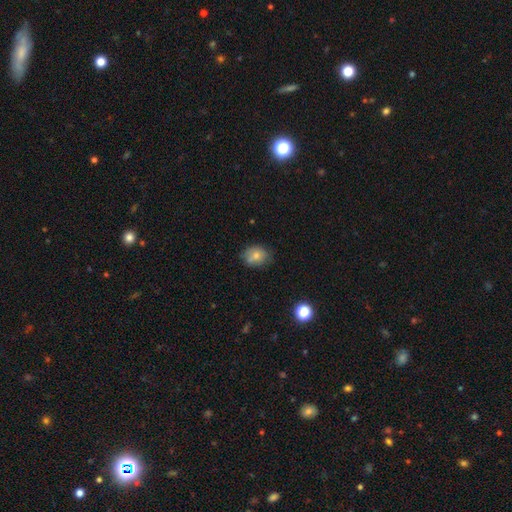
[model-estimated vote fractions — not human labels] smooth 77%, featured or disk 13%, star or artifact 10%. Down the decision tree: how rounded — in between (58%); merging — none (73%).